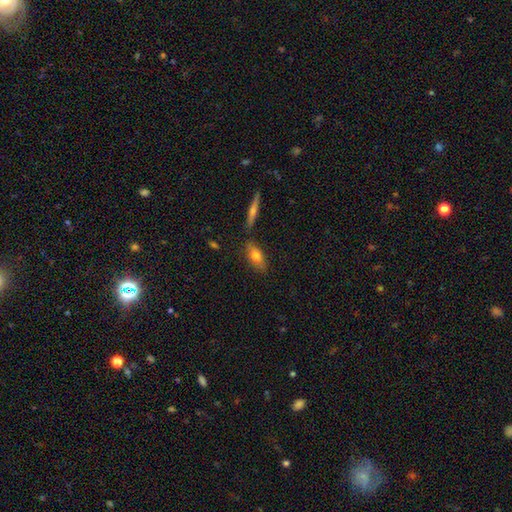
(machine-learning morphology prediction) Smooth or featured? smooth (71%)
How rounded? in between (77%)
Merging? none (76%)